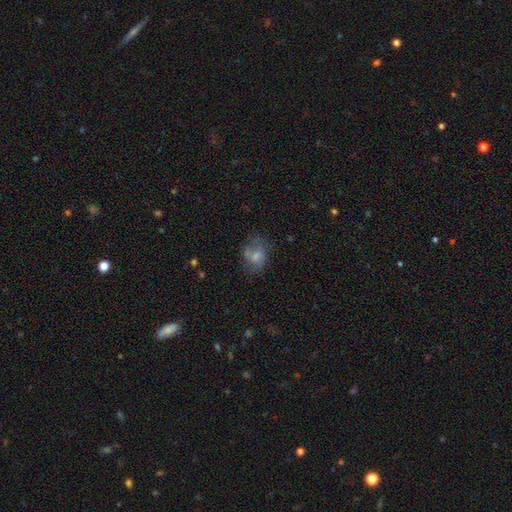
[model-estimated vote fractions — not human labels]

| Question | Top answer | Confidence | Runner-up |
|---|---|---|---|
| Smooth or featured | smooth | 50% | featured or disk (41%) |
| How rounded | in between | 55% | round (44%) |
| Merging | none | 53% | minor disturbance (25%) |